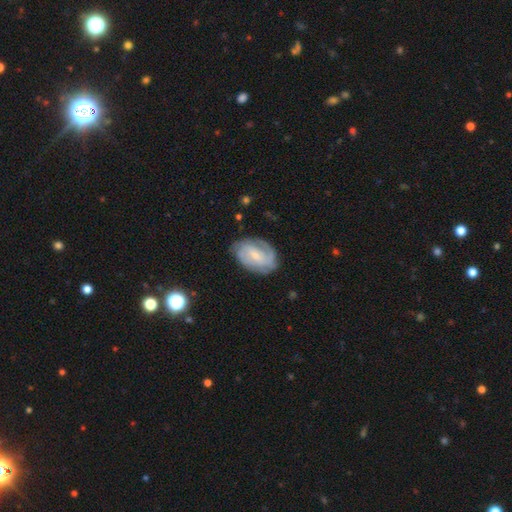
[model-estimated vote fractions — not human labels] A featured or disk galaxy (76%) with a weak bar (47%), 2 (39%) tight (54%) spiral arms (92%) and a small central bulge (67%). Merging: none (74%).